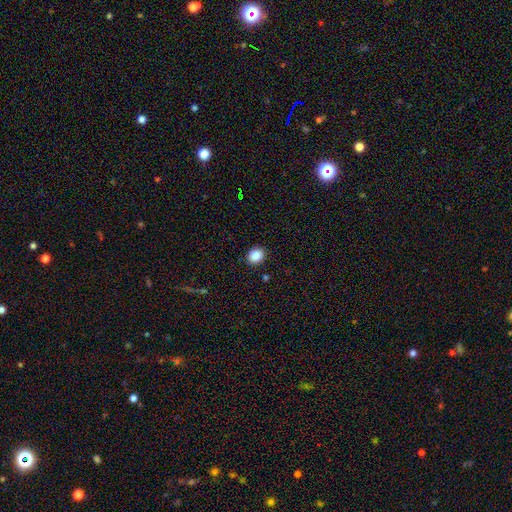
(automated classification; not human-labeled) Overall: smooth (87%). How rounded: round (60%; in between 39%). Merging: none (88%).